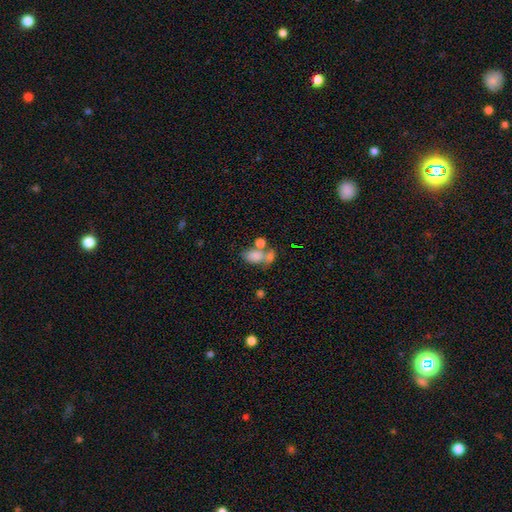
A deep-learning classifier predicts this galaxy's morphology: Smooth or featured?
  - smooth: 73% *
  - featured or disk: 16%
  - star or artifact: 11%
How rounded?
  - in between: 82% *
  - round: 16%
  - cigar-shaped: 2%
Merging?
  - merger: 51% *
  - none: 27%
  - minor disturbance: 11%
  - major disturbance: 10%